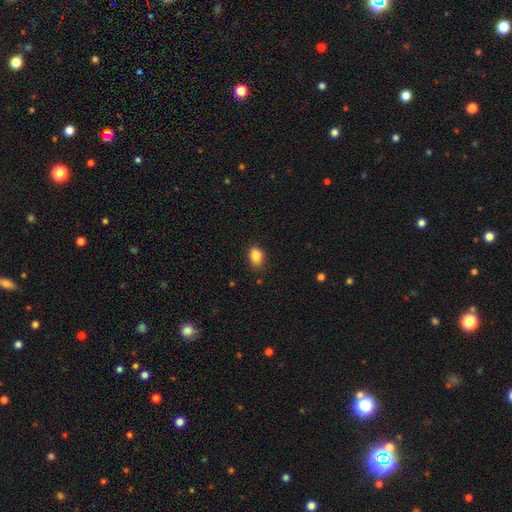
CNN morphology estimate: smooth 88%, star or artifact 9%, featured or disk 4%. Down the decision tree: how rounded — in between (79%); merging — none (76%).